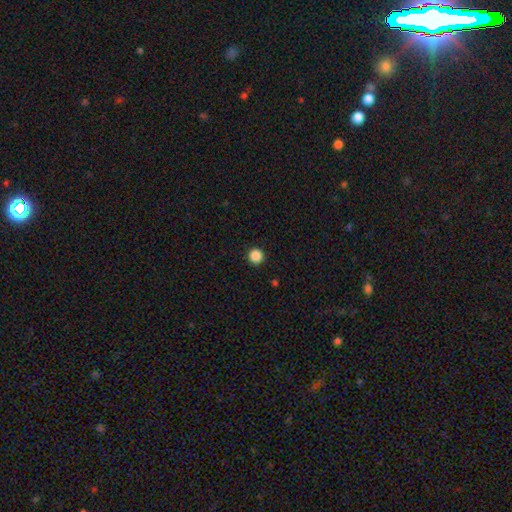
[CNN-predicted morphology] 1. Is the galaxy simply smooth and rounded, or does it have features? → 87% smooth, 10% star or artifact, 2% featured or disk.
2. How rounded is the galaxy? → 96% round, 3% in between, 1% cigar-shaped.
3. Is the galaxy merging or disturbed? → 93% none, 4% minor disturbance, 2% major disturbance, 1% merger.